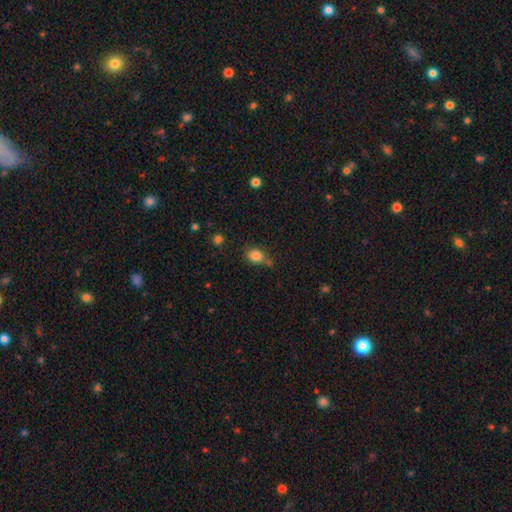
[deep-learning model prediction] A smooth galaxy with no disk features (83%) that is round (56%). Merging: none (60%).